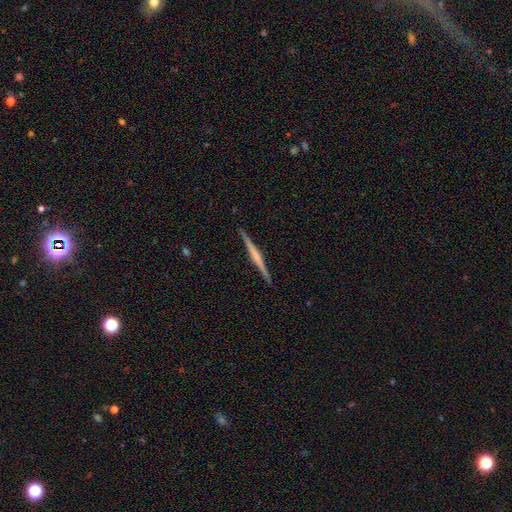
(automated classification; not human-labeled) featured or disk 72%, smooth 23%, star or artifact 5%. Down the decision tree: edge-on disk — yes (98%); edge-on bulge — none (41%); merging — none (92%).